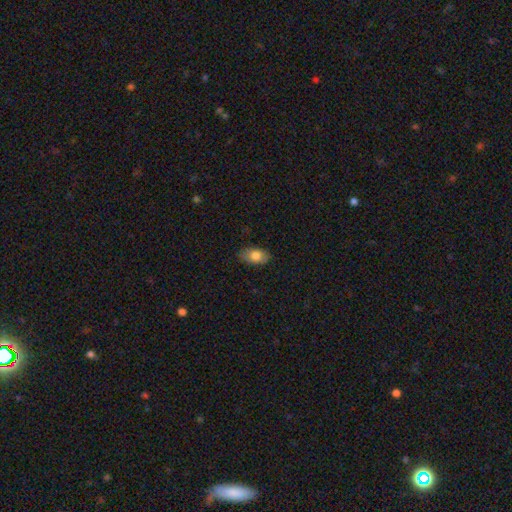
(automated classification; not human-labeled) This is likely a smooth galaxy (79%). How rounded: clearly in between (91%). Merging: clearly none (85%).